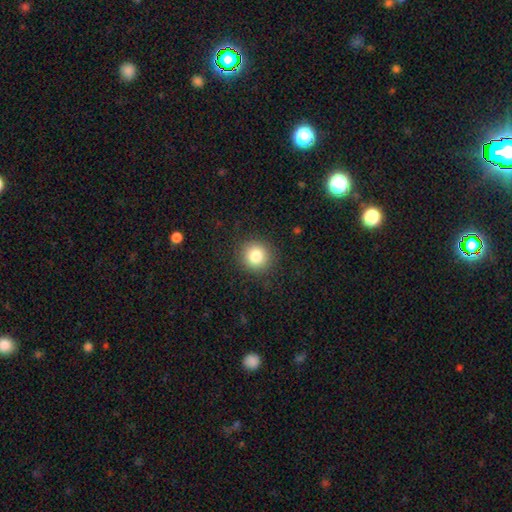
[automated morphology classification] Overall: smooth (83%). How rounded: round (92%). Merging: none (90%).